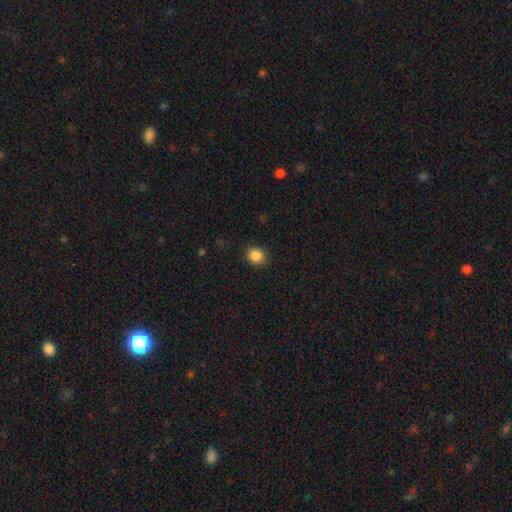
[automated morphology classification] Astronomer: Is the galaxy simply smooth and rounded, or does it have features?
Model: smooth — 87%.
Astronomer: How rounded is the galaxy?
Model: round — 79%.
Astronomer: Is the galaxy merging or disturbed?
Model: none — 88%.